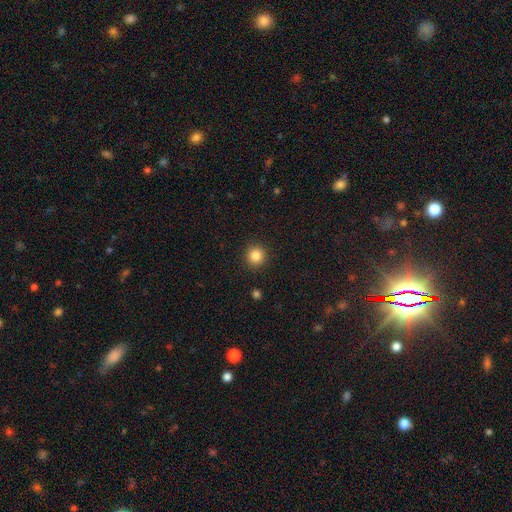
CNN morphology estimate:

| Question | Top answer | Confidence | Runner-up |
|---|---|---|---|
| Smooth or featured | smooth | 85% | star or artifact (11%) |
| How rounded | round | 93% | in between (6%) |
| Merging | none | 92% | minor disturbance (5%) |